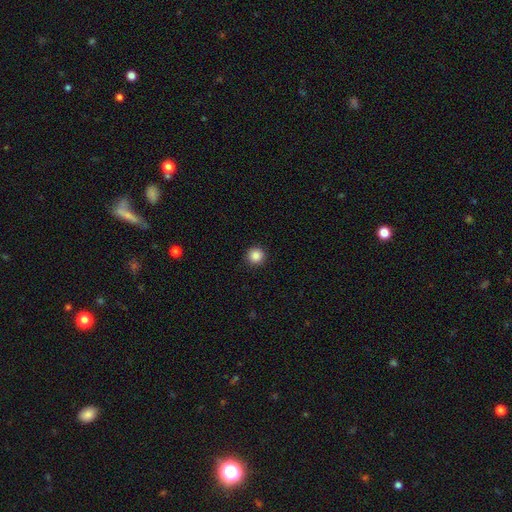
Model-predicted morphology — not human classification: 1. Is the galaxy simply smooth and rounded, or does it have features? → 87% smooth, 10% star or artifact, 3% featured or disk.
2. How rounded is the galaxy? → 95% round, 4% in between, 1% cigar-shaped.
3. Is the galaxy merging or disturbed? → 93% none, 5% minor disturbance, 2% major disturbance, 1% merger.